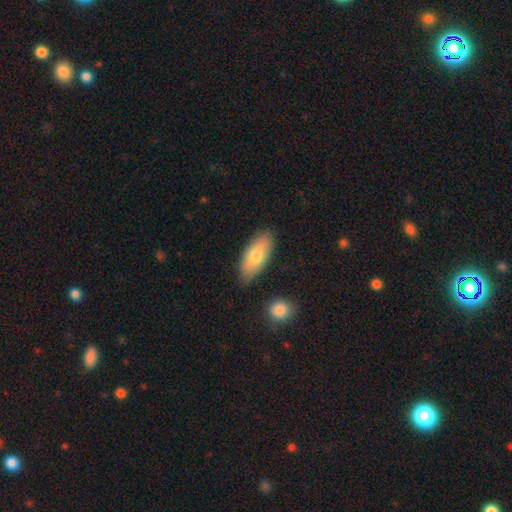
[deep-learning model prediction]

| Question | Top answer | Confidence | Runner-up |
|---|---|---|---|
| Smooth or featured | smooth | 74% | featured or disk (20%) |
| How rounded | in between | 81% | cigar-shaped (16%) |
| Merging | none | 83% | minor disturbance (12%) |